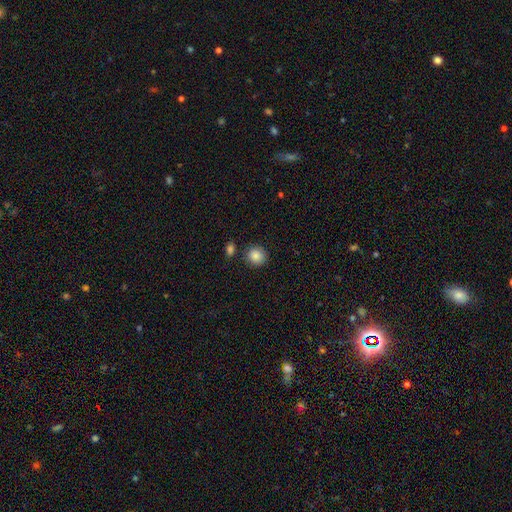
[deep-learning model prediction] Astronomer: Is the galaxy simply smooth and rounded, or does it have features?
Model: smooth — 87%.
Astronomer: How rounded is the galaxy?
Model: round — 84%.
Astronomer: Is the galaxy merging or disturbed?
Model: none — 83%.